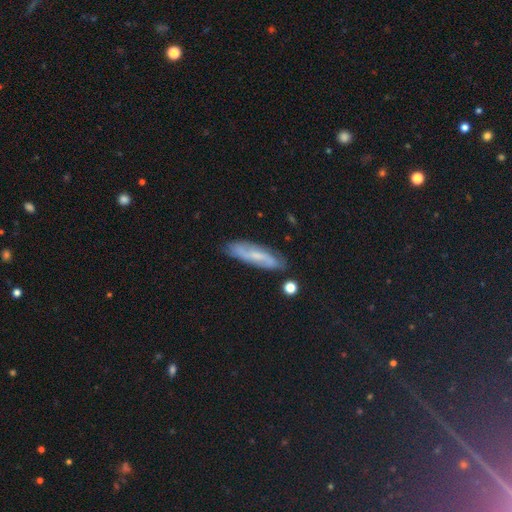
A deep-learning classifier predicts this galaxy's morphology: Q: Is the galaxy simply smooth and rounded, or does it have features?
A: featured or disk — 57%.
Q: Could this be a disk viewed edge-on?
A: no — 69%.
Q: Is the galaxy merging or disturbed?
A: none — 81%.